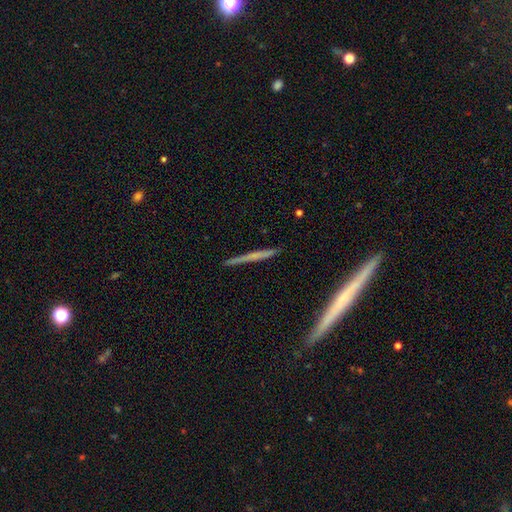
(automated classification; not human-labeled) The model was most divided on "smooth or featured": featured or disk: 49%, smooth: 45%, star or artifact: 6%. More confident: merging — none (86%).